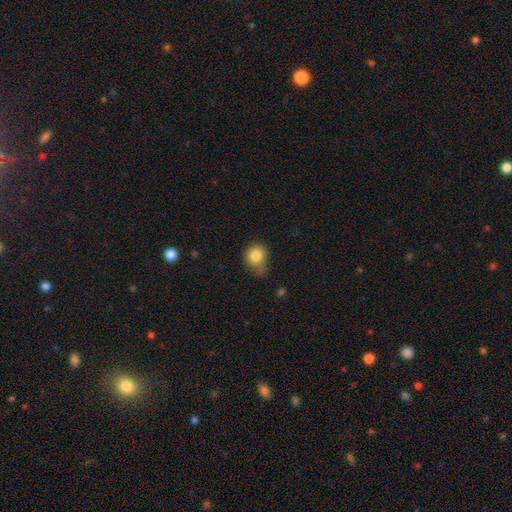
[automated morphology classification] Smooth or featured? Predicted: smooth (p=0.83). How rounded? Predicted: round (p=0.73). Merging? Predicted: none (p=0.50).